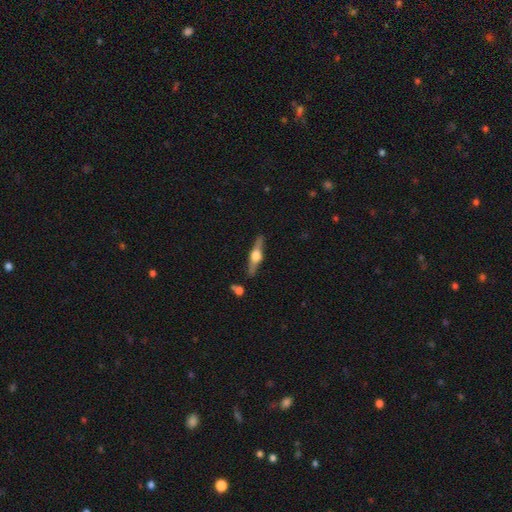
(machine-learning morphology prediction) Smooth or featured? featured or disk (75%)
Edge-on disk? yes (97%)
Edge-on bulge? rounded (94%)
Merging? none (87%)